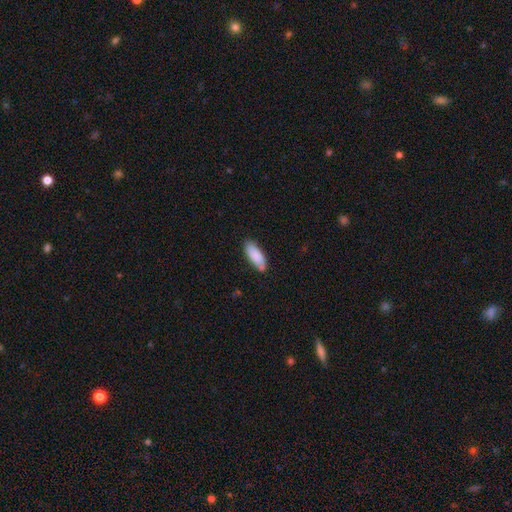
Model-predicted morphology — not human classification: Overall: smooth (85%). How rounded: in between (75%). Merging: none (74%).